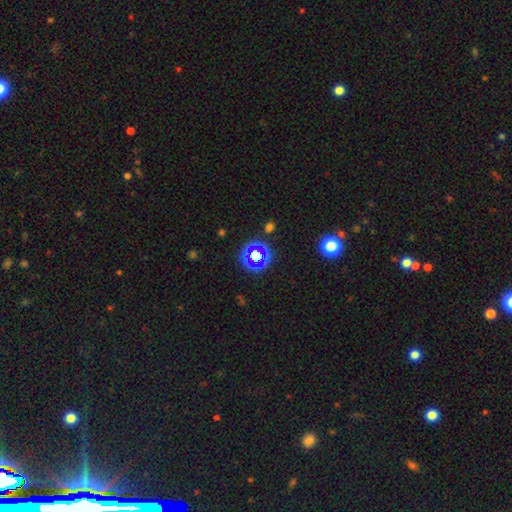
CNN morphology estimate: smooth_or_featured: star or artifact (p=0.60) [alt: smooth p=0.28]